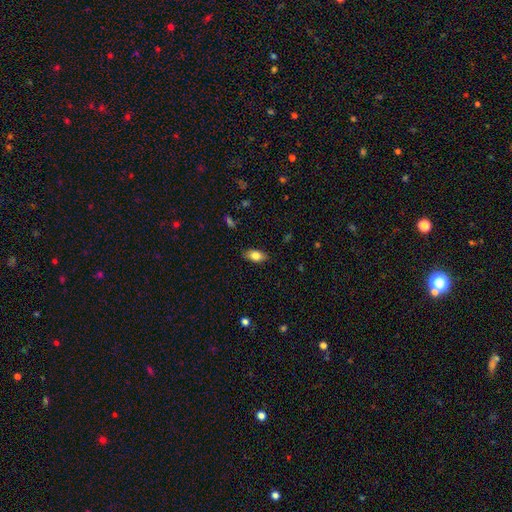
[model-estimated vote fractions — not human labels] Overall: smooth (80%). How rounded: in between (88%). Merging: none (85%).